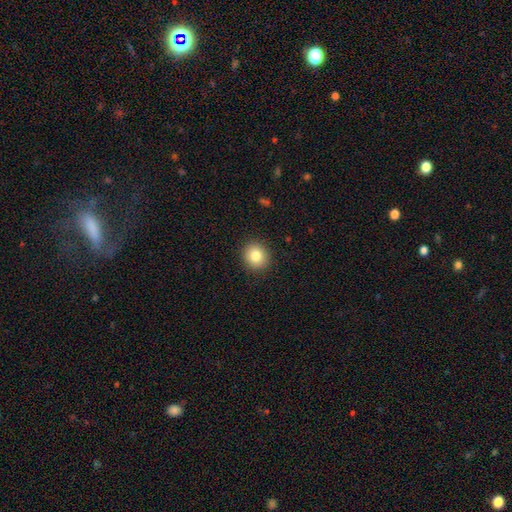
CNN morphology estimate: Overall: smooth (82%). How rounded: round (83%). Merging: none (91%).